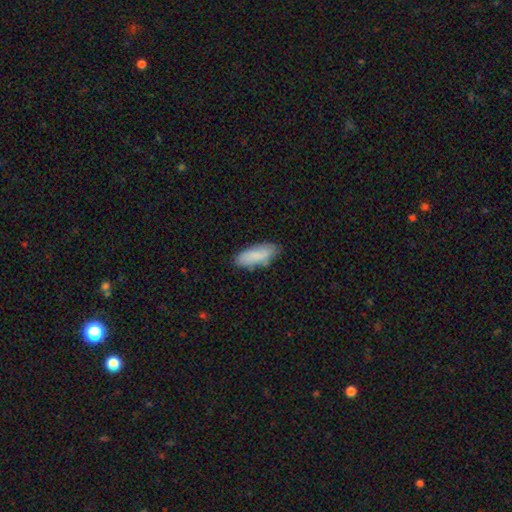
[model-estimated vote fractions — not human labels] Overall: smooth (85%). How rounded: in between (74%). Merging: none (73%).